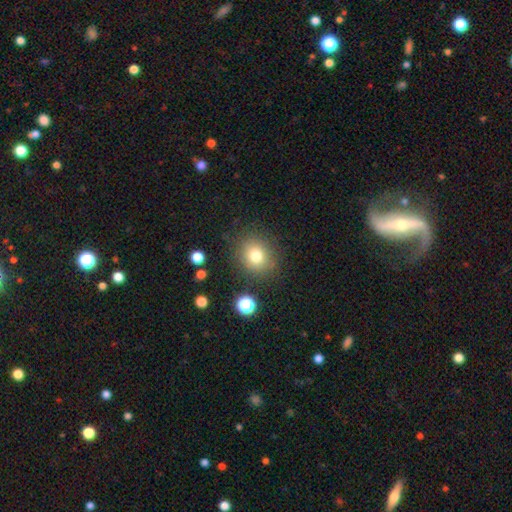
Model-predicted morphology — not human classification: Smooth or featured?
  - smooth: 77% *
  - star or artifact: 14%
  - featured or disk: 10%
How rounded?
  - round: 81% *
  - in between: 18%
  - cigar-shaped: 1%
Merging?
  - none: 82% *
  - minor disturbance: 10%
  - major disturbance: 4%
  - merger: 3%